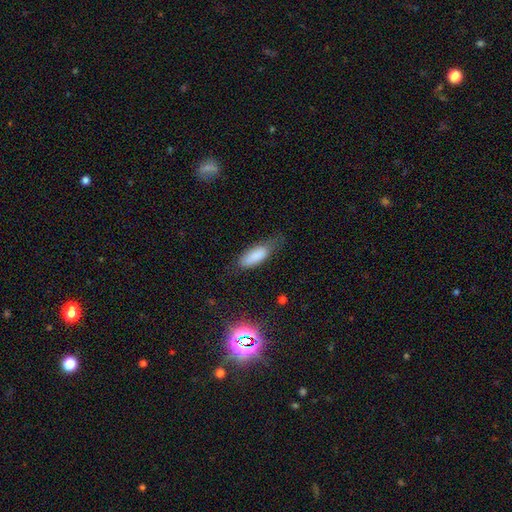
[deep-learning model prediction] A smooth galaxy with no disk features (84%) that is in between round and cigar-shaped (70%).

Vote fractions:
- Smooth or featured? smooth: 84% / featured or disk: 9% / star or artifact: 7%
- How rounded? in between: 70% / cigar-shaped: 28% / round: 2%
- Merging? none: 54% / minor disturbance: 31% / major disturbance: 13% / merger: 2%